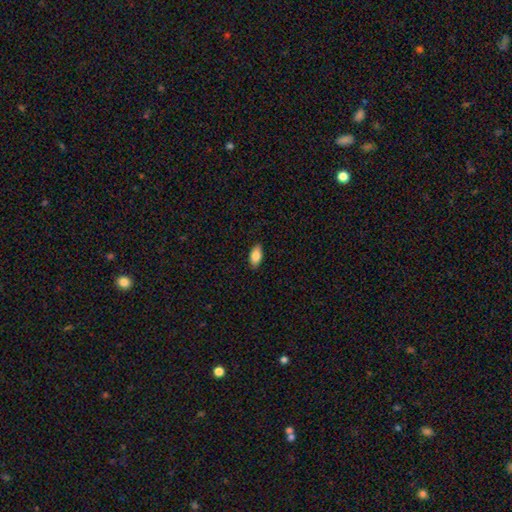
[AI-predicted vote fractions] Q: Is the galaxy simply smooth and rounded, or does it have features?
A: smooth — 82%.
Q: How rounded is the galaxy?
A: in between — 91%.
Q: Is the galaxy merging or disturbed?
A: none — 88%.